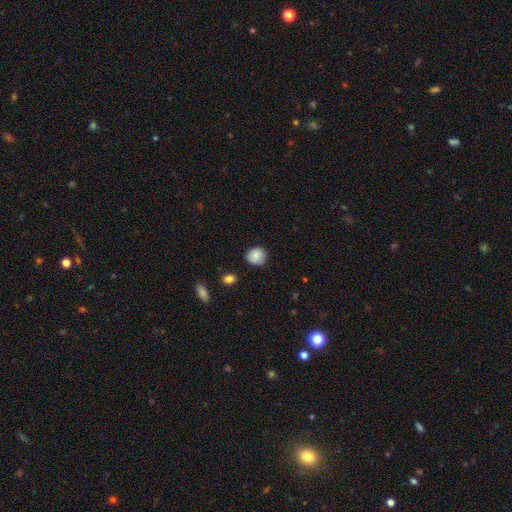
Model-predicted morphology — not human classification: Q: Smooth or featured?
A: smooth (85%); runner-up: star or artifact (8%)
Q: How rounded?
A: round (87%); runner-up: in between (12%)
Q: Merging?
A: none (84%); runner-up: minor disturbance (12%)